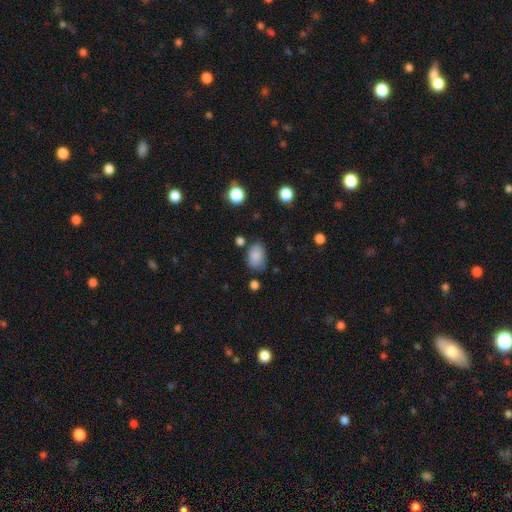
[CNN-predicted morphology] Smooth or featured?
  - smooth: 85% *
  - star or artifact: 9%
  - featured or disk: 6%
How rounded?
  - in between: 85% *
  - round: 14%
  - cigar-shaped: 1%
Merging?
  - none: 66% *
  - minor disturbance: 23%
  - major disturbance: 6%
  - merger: 4%